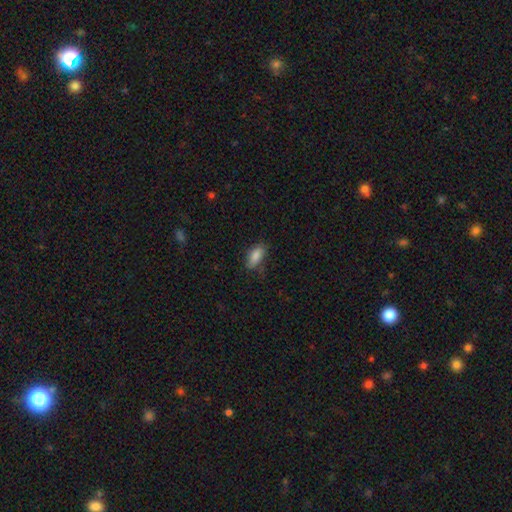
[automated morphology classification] A smooth galaxy with no disk features (85%) that is in between round and cigar-shaped (88%). Merging: none (71%).